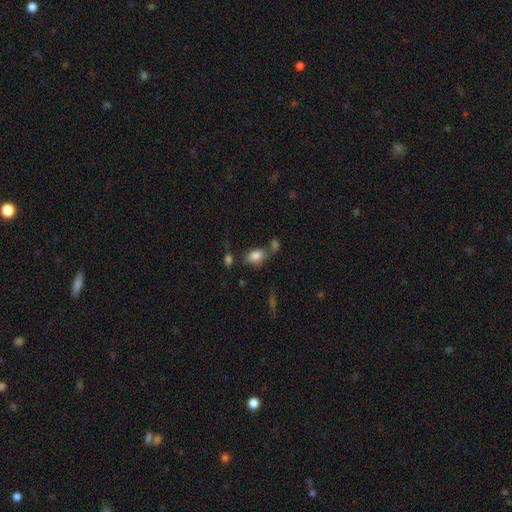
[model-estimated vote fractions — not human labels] smooth 84%, star or artifact 9%, featured or disk 7%. Down the decision tree: how rounded — in between (83%); merging — none (58%).